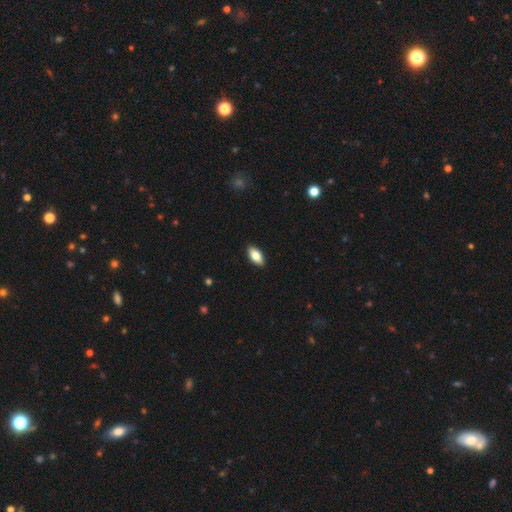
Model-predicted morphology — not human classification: A smooth galaxy with no disk features (81%) that is in between round and cigar-shaped (91%).

Vote fractions:
- Smooth or featured? smooth: 81% / featured or disk: 13% / star or artifact: 6%
- How rounded? in between: 91% / cigar-shaped: 6% / round: 3%
- Merging? none: 90% / minor disturbance: 7% / major disturbance: 2% / merger: 1%